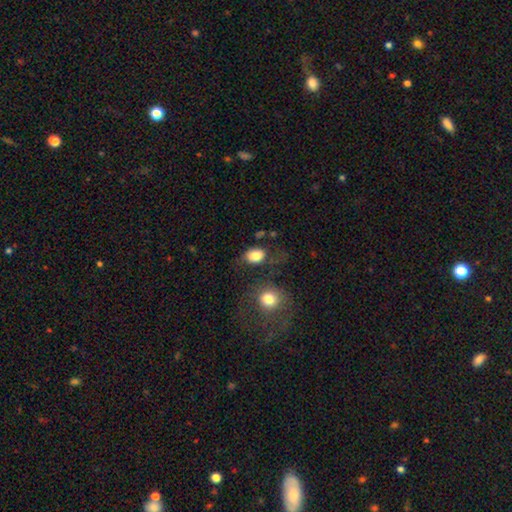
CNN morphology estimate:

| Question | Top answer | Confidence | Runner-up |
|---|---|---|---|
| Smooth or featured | smooth | 83% | star or artifact (9%) |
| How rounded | in between | 70% | round (29%) |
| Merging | none | 62% | minor disturbance (20%) |